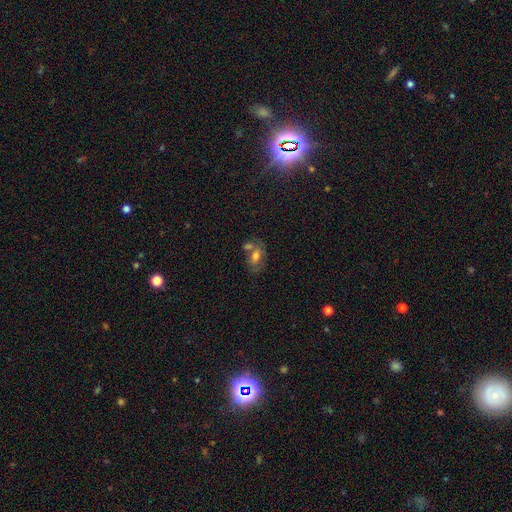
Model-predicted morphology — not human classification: Smooth or featured? Predicted: smooth (p=0.60). How rounded? Predicted: in between (p=0.83). Merging? Predicted: none (p=0.39).